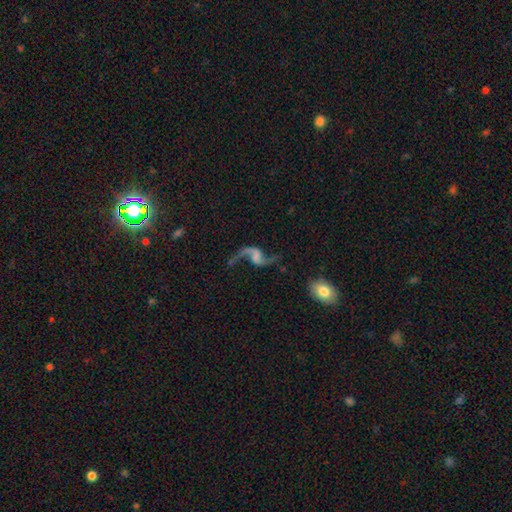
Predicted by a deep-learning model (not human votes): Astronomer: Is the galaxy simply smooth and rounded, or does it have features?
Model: featured or disk — 87%.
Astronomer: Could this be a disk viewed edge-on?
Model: no — 97%.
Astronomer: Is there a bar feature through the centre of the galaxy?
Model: no — 41%, tied with weak at 41%.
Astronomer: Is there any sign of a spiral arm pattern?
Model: yes — 96%.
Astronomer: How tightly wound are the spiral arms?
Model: loose — 91%.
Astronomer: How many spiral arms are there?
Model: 2 — 92%.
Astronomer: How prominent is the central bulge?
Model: none — 58%.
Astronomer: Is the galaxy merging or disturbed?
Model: none — 69%.